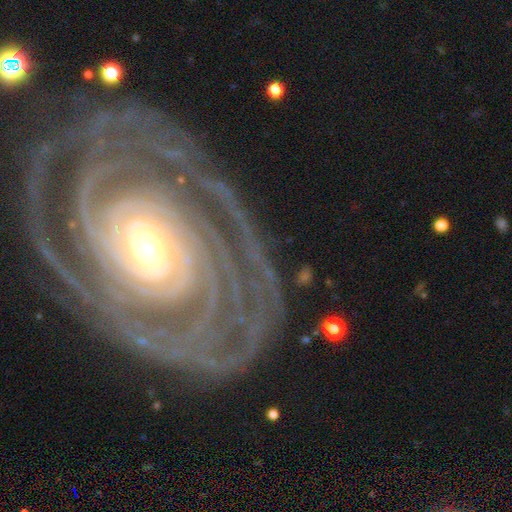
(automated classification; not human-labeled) Smooth or featured? Predicted: featured or disk (p=0.91). Edge-on disk? Predicted: no (p=0.97). Bar? Predicted: no (p=0.57). Spiral arms? Predicted: yes (p=0.98). Spiral winding? Predicted: tight (p=0.85). Spiral arm count? Predicted: more than 4 (p=0.21). Bulge size? Predicted: moderate (p=0.52). Merging? Predicted: none (p=0.73).